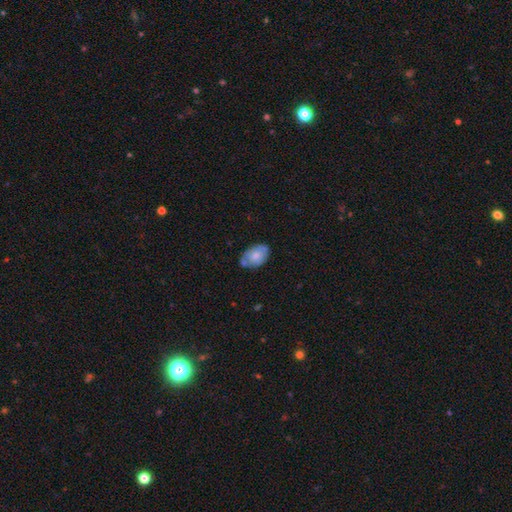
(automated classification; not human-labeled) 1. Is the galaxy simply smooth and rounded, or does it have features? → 63% smooth, 30% featured or disk, 7% star or artifact.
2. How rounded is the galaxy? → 85% in between, 13% round, 1% cigar-shaped.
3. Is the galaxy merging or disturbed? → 57% none, 27% minor disturbance, 9% merger, 6% major disturbance.